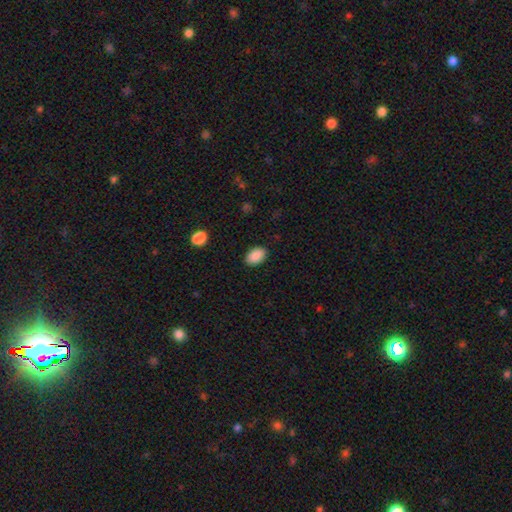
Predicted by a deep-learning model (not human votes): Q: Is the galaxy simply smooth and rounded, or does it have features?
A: smooth — 90%.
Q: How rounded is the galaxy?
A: in between — 89%.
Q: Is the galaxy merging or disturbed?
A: none — 89%.